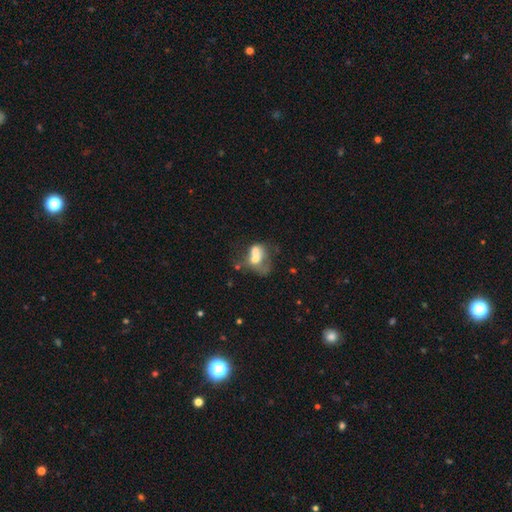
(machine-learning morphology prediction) A smooth galaxy with no disk features (53%) that is in between round and cigar-shaped (64%).

Vote fractions:
- Smooth or featured? smooth: 53% / featured or disk: 36% / star or artifact: 11%
- How rounded? in between: 64% / round: 35% / cigar-shaped: 2%
- Merging? merger: 62% / major disturbance: 15% / none: 14% / minor disturbance: 9%